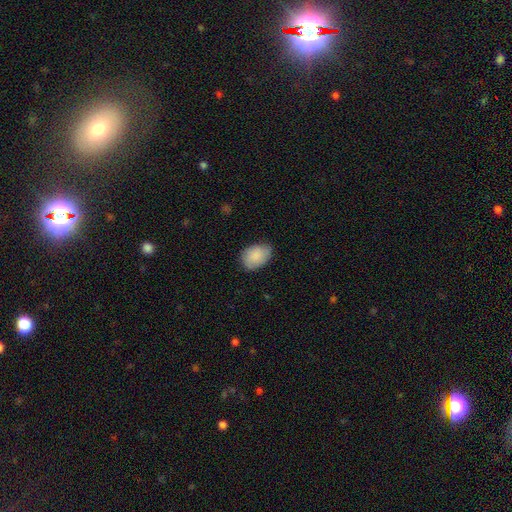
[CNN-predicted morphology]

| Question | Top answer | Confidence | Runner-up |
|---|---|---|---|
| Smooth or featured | smooth | 85% | featured or disk (9%) |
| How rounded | in between | 81% | round (18%) |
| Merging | none | 69% | minor disturbance (26%) |